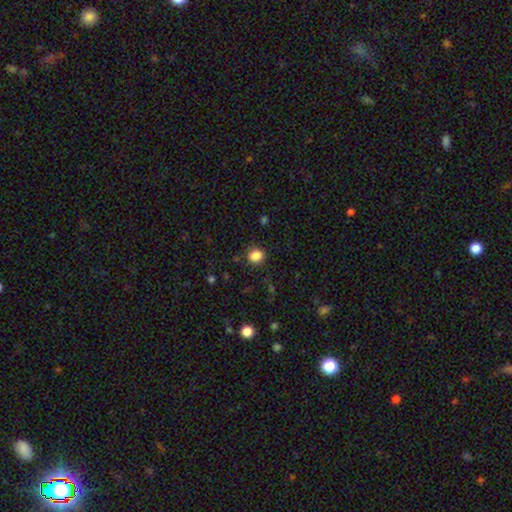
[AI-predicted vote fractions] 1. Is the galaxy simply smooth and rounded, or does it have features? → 85% smooth, 11% star or artifact, 4% featured or disk.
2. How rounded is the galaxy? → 71% round, 28% in between, 1% cigar-shaped.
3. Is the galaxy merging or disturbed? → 86% none, 10% minor disturbance, 3% major disturbance, 1% merger.